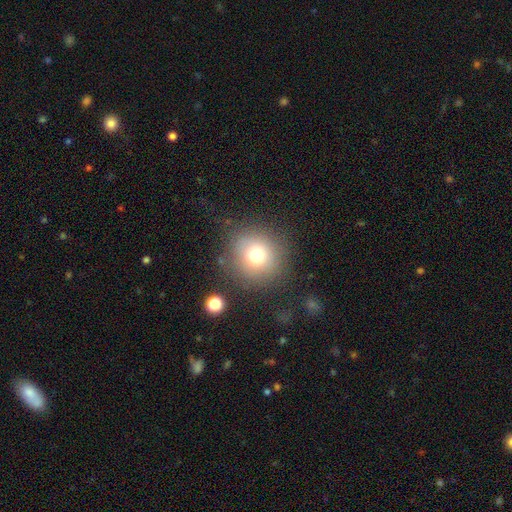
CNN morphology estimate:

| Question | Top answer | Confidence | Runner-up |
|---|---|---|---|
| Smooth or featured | smooth | 73% | star or artifact (15%) |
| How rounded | round | 91% | in between (8%) |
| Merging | none | 82% | minor disturbance (10%) |